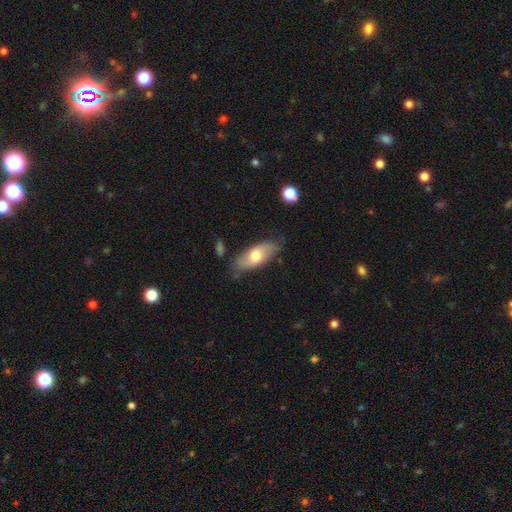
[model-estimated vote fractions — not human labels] smooth_or_featured: smooth (p=0.64) [alt: featured or disk p=0.31]
how_rounded: in between (p=0.82) [alt: cigar-shaped p=0.16]
merging: none (p=0.73) [alt: minor disturbance p=0.20]